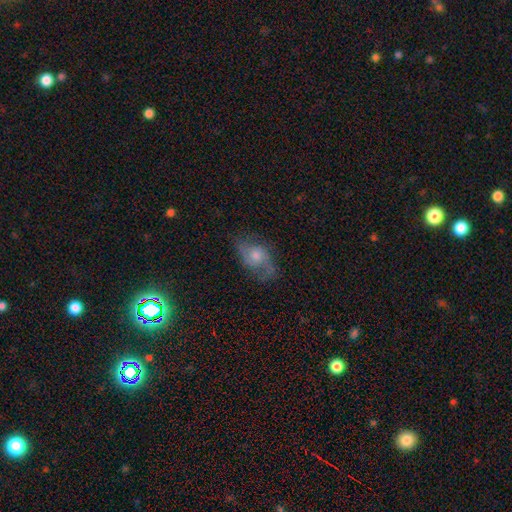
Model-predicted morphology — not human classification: A featured or disk galaxy (59%) with no bar (72%), spiral arms (84%) and a moderate central bulge (50%).

Vote fractions:
- Smooth or featured? featured or disk: 59% / smooth: 29% / star or artifact: 12%
- Edge-on disk? no: 93% / yes: 7%
- Bar? no: 72% / weak: 24% / strong: 4%
- Spiral arms? yes: 84% / no: 16%
- Bulge size? moderate: 50% / small: 34% / large: 9% / none: 5% / dominant: 2%
- Merging? none: 65% / minor disturbance: 21% / major disturbance: 12% / merger: 2%